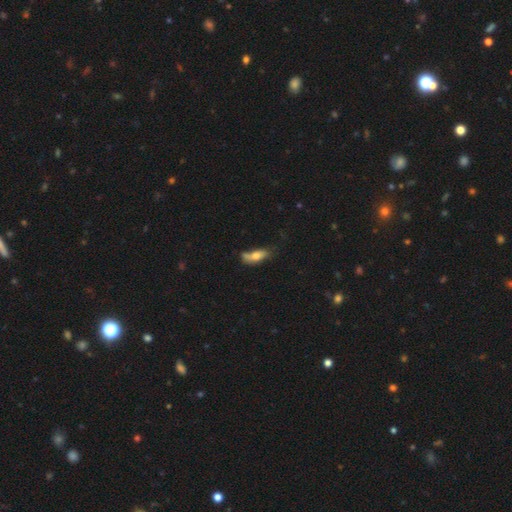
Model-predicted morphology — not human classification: smooth 68%, featured or disk 24%, star or artifact 8%. Down the decision tree: how rounded — in between (68%); merging — none (44%).